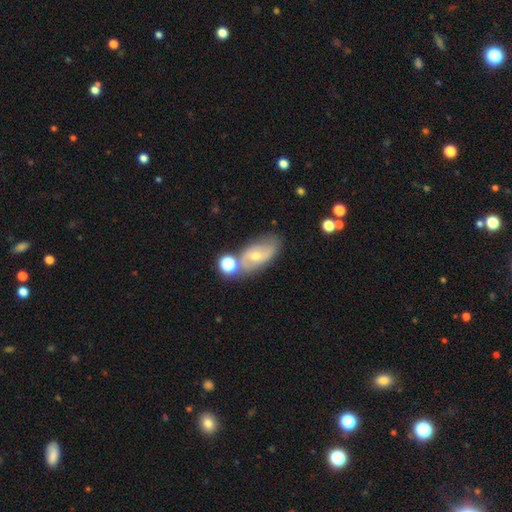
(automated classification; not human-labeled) A featured or disk galaxy (55%) with no bar (55%), spiral arms (79%) and a small central bulge (55%).

Vote fractions:
- Smooth or featured? featured or disk: 55% / smooth: 35% / star or artifact: 10%
- Edge-on disk? no: 92% / yes: 8%
- Bar? no: 55% / weak: 36% / strong: 9%
- Spiral arms? yes: 79% / no: 21%
- Bulge size? small: 55% / moderate: 39% / none: 2% / large: 2% / dominant: 1%
- Merging? none: 60% / minor disturbance: 19% / merger: 14% / major disturbance: 6%